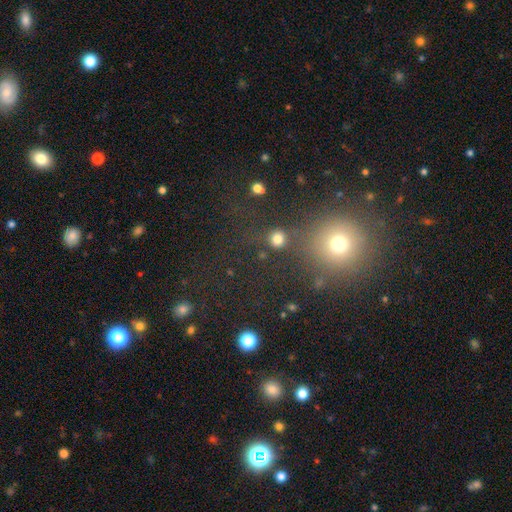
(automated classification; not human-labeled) Q: Smooth or featured?
A: smooth (48%); runner-up: star or artifact (43%)
Q: Merging?
A: none (73%); runner-up: minor disturbance (10%)